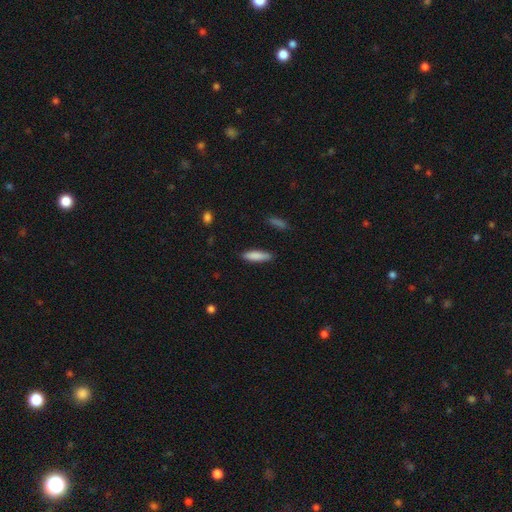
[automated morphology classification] smooth_or_featured: smooth (p=0.85) [alt: featured or disk p=0.09]
how_rounded: cigar-shaped (p=0.67) [alt: in between p=0.31]
merging: none (p=0.86) [alt: minor disturbance p=0.11]